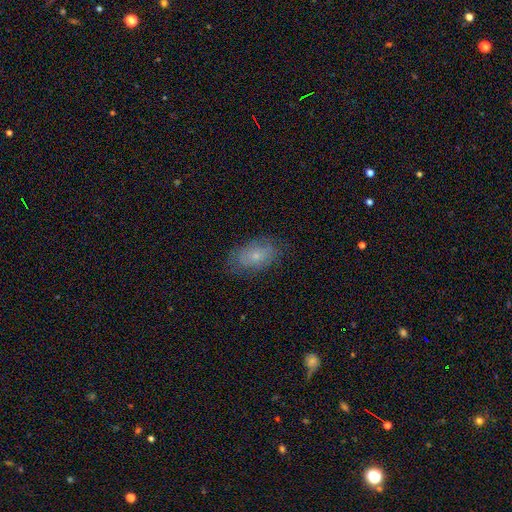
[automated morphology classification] This appears to be a smooth galaxy with no disk features (61%) that is in between round and cigar-shaped (90%). Merging: none (75%).